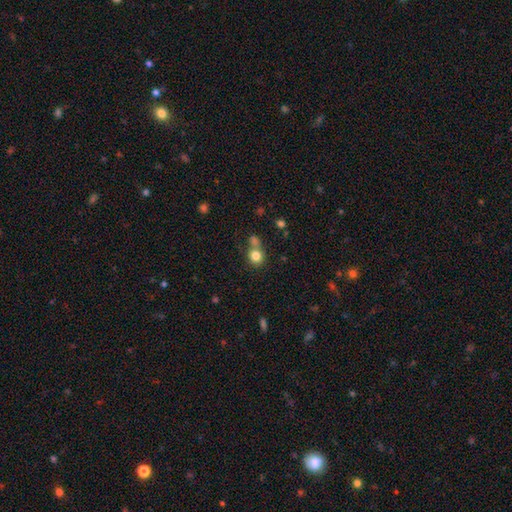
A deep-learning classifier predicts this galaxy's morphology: This is clearly a smooth galaxy (82%). How rounded: clearly round (86%). Merging: possibly none (53%).